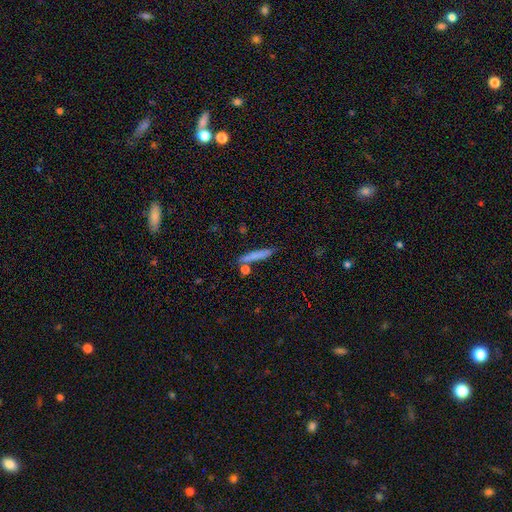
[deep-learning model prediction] smooth_or_featured: smooth (p=0.72) [alt: featured or disk p=0.20]
how_rounded: cigar-shaped (p=0.91) [alt: in between p=0.07]
merging: none (p=0.73) [alt: minor disturbance p=0.14]